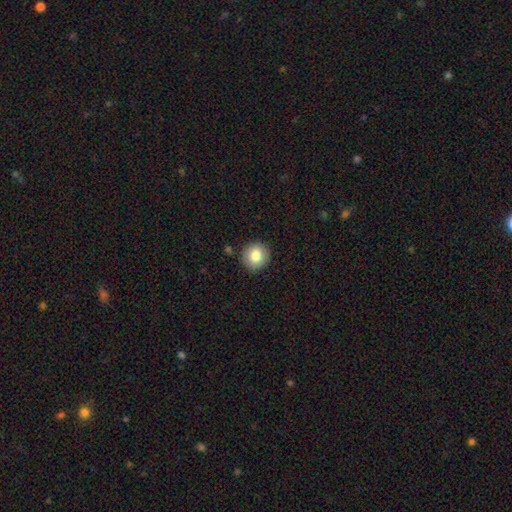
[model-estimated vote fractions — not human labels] Overall: smooth (82%). How rounded: round (88%). Merging: none (89%).